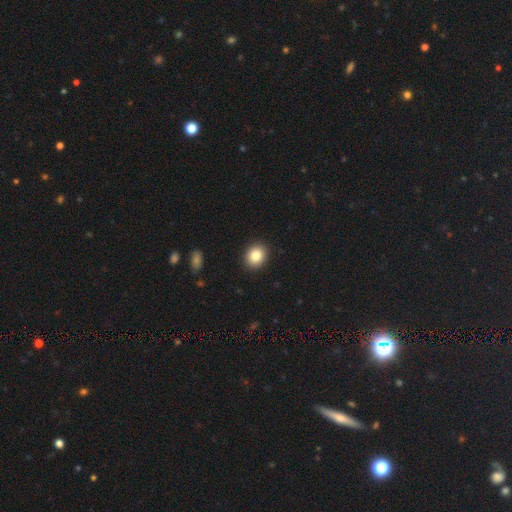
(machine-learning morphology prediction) Smooth or featured?
  - smooth: 85% *
  - star or artifact: 9%
  - featured or disk: 6%
How rounded?
  - round: 60% *
  - in between: 39%
  - cigar-shaped: 1%
Merging?
  - none: 91% *
  - minor disturbance: 6%
  - major disturbance: 2%
  - merger: 1%